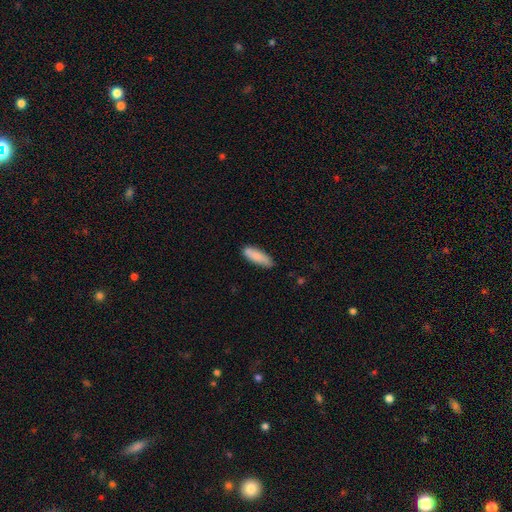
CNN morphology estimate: A smooth galaxy with no disk features (83%) that is in between round and cigar-shaped (50%). Merging: none (78%).